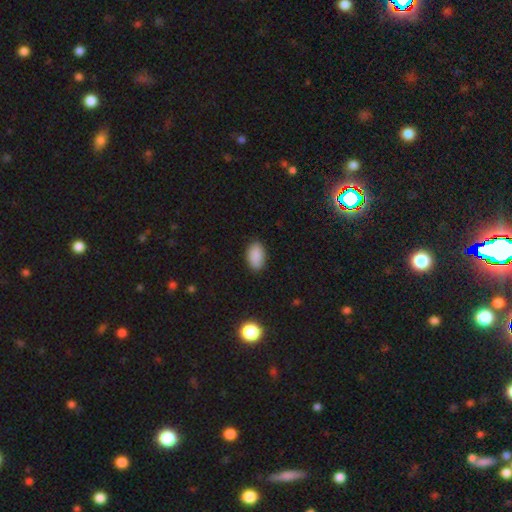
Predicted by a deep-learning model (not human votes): Smooth or featured? Predicted: smooth (p=0.89). How rounded? Predicted: in between (p=0.92). Merging? Predicted: none (p=0.86).